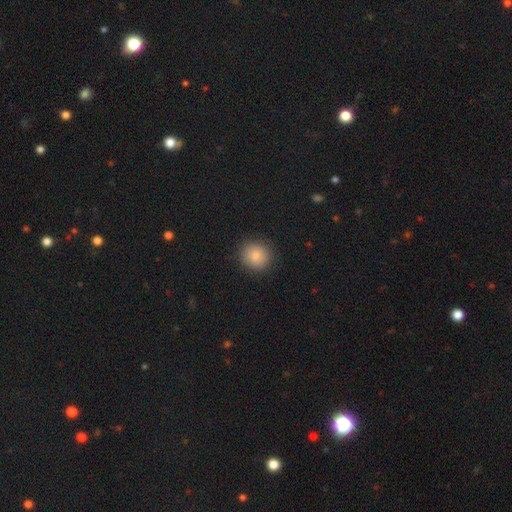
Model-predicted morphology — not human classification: Smooth or featured? Predicted: smooth (p=0.85). How rounded? Predicted: round (p=0.89). Merging? Predicted: none (p=0.89).